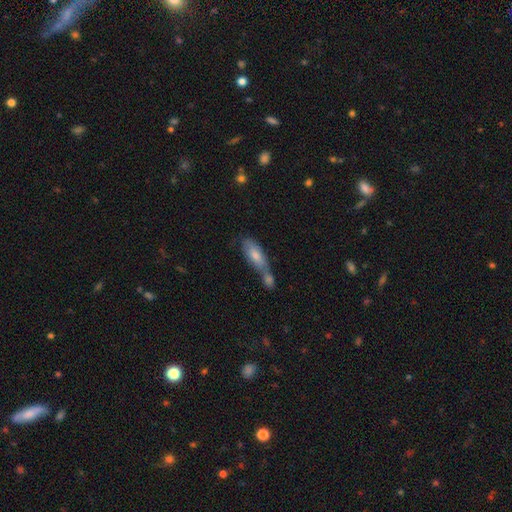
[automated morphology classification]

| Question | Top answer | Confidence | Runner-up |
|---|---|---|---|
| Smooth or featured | smooth | 74% | featured or disk (20%) |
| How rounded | in between | 72% | cigar-shaped (25%) |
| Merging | merger | 61% | none (22%) |